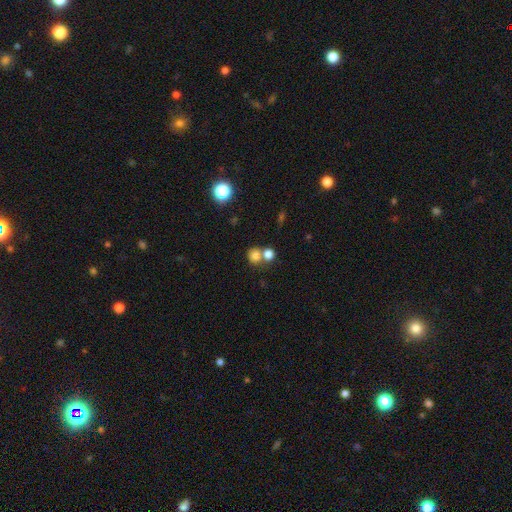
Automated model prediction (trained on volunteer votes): A smooth galaxy with no disk features (77%) that is round (83%). Merging: none (49%).